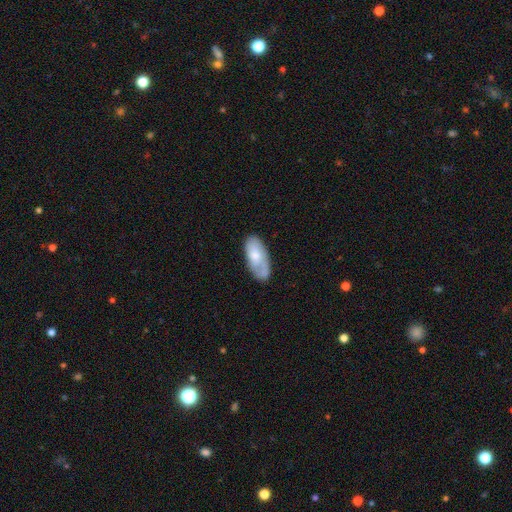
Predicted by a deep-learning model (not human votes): smooth 63%, featured or disk 31%, star or artifact 6%. Down the decision tree: how rounded — in between (90%); merging — none (61%).